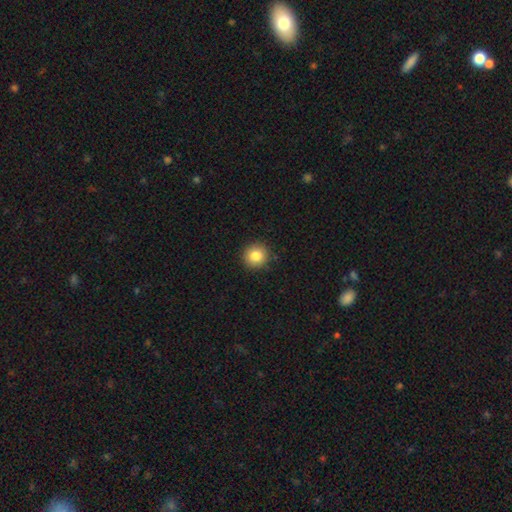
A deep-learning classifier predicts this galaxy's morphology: type=smooth (84%); roundness=round (93%); merging=none (91%).